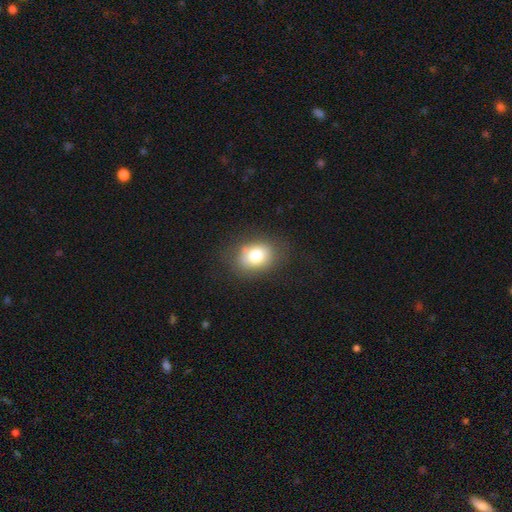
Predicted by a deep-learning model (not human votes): The model was most divided on "how rounded": in between: 60%, round: 39%, cigar-shaped: 1%. More confident: smooth or featured — smooth (78%); merging — none (77%).